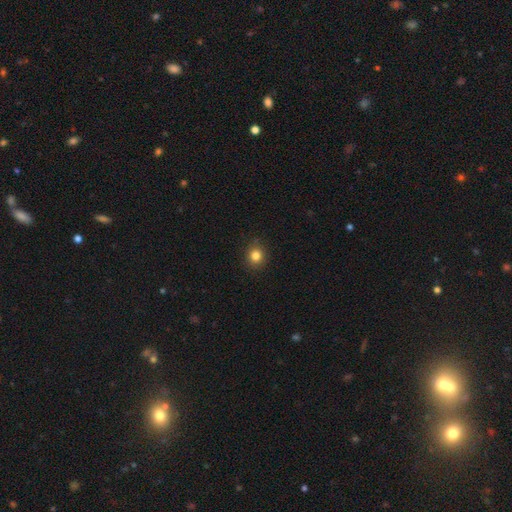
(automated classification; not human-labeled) This appears to be a smooth galaxy with no disk features (83%) that is round (82%). Merging: none (88%).